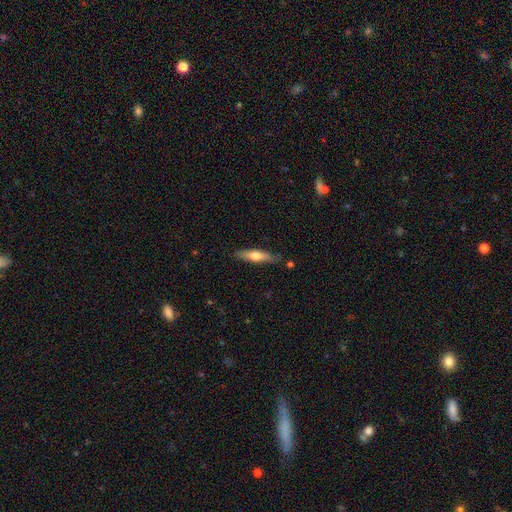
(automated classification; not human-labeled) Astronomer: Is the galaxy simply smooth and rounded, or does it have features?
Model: smooth — 56% (runner-up: featured or disk, 38%).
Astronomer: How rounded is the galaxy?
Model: cigar-shaped — 79%.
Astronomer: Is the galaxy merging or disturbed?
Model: none — 82%.